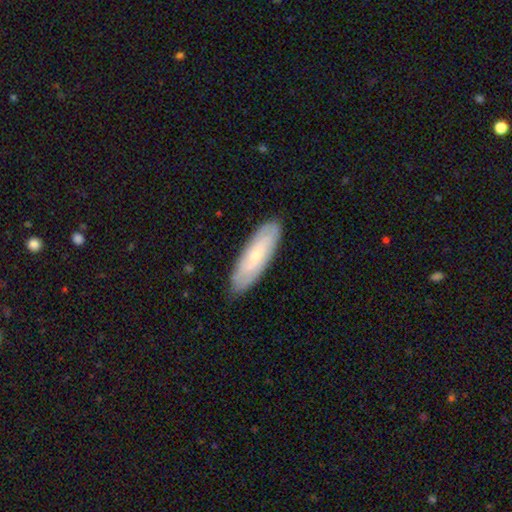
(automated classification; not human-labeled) Smooth or featured?
  - featured or disk: 52% *
  - smooth: 43%
  - star or artifact: 6%
Edge-on disk?
  - no: 77% *
  - yes: 23%
Merging?
  - none: 84% *
  - minor disturbance: 12%
  - major disturbance: 2%
  - merger: 1%